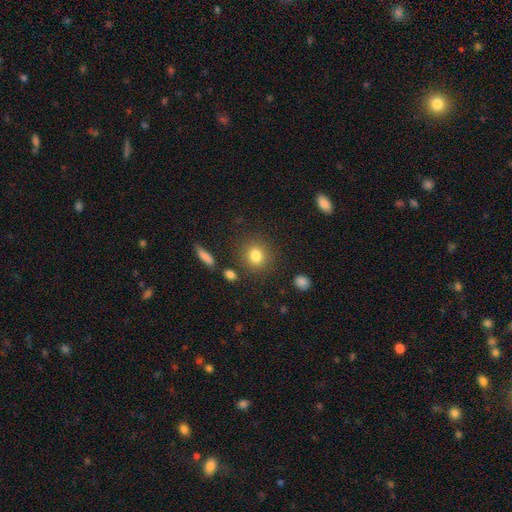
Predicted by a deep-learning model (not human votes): This is clearly a smooth galaxy (82%). How rounded: likely round (73%). Merging: clearly none (83%).